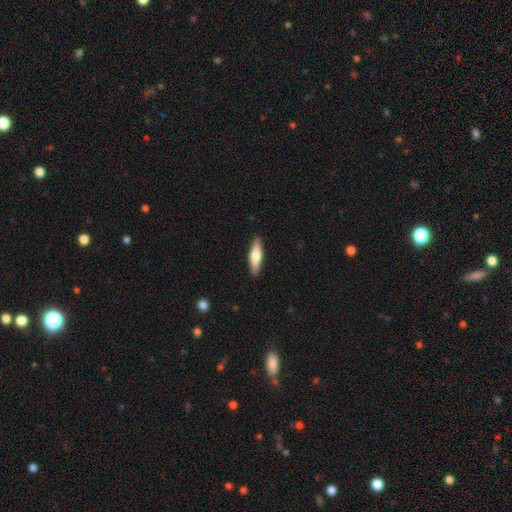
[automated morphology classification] Smooth or featured? smooth (60%)
How rounded? cigar-shaped (64%)
Merging? none (89%)